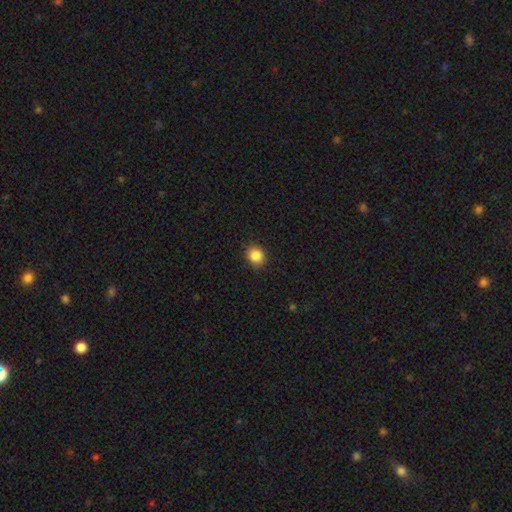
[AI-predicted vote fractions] Smooth or featured? smooth (86%)
How rounded? round (78%)
Merging? none (88%)